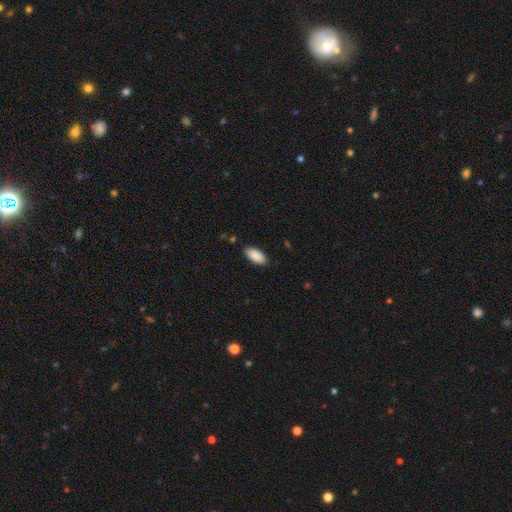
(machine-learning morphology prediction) Smooth or featured: smooth — 90% (star or artifact — 6%)
How rounded: in between — 91% (cigar-shaped — 8%)
Merging: none — 87% (minor disturbance — 9%)